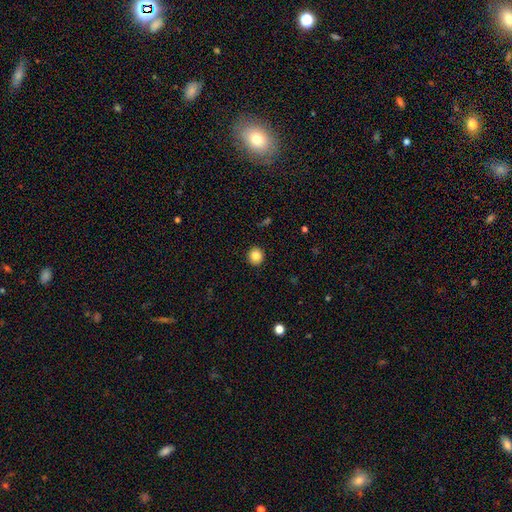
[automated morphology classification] Smooth or featured: smooth — 85% (star or artifact — 10%)
How rounded: round — 90% (in between — 10%)
Merging: none — 92% (minor disturbance — 5%)